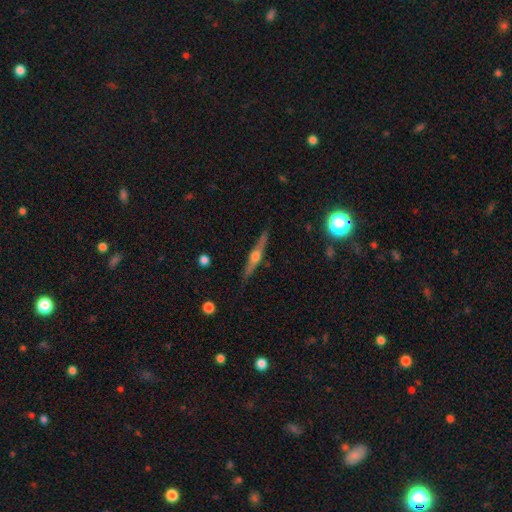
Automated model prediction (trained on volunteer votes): The model was most divided on "smooth or featured": featured or disk: 74%, smooth: 20%, star or artifact: 6%. More confident: edge-on disk — yes (97%); edge-on bulge — rounded (93%); merging — none (87%).